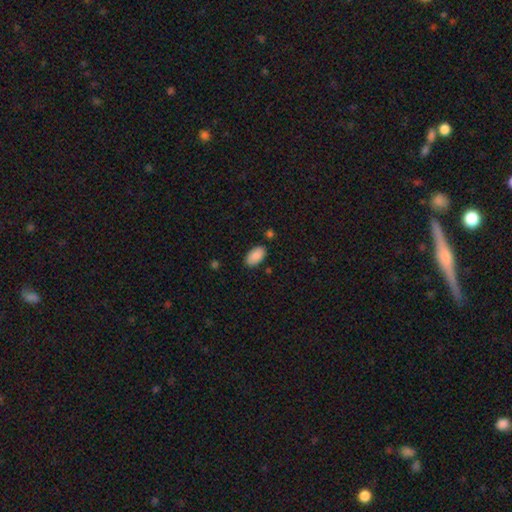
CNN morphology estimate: Q: Smooth or featured?
A: smooth (90%); runner-up: star or artifact (7%)
Q: How rounded?
A: in between (95%); runner-up: round (3%)
Q: Merging?
A: none (85%); runner-up: minor disturbance (10%)